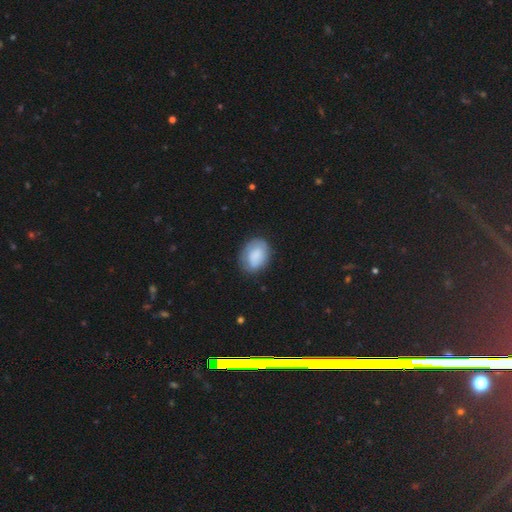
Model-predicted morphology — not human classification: type=smooth (77%); roundness=in between (68%); merging=none (70%).